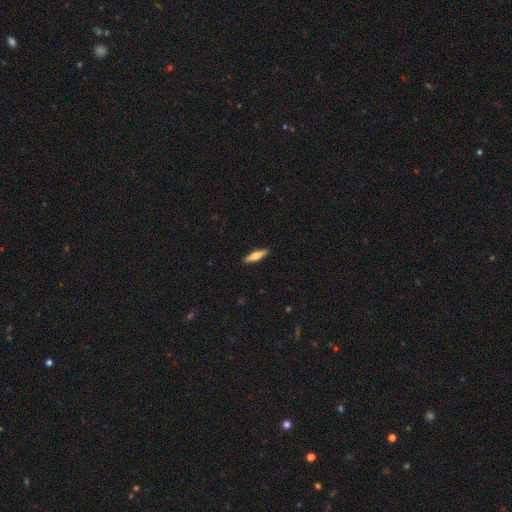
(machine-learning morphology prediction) smooth_or_featured: smooth (p=0.53) [alt: featured or disk p=0.42]
how_rounded: cigar-shaped (p=0.67) [alt: in between p=0.31]
merging: none (p=0.91) [alt: minor disturbance p=0.07]